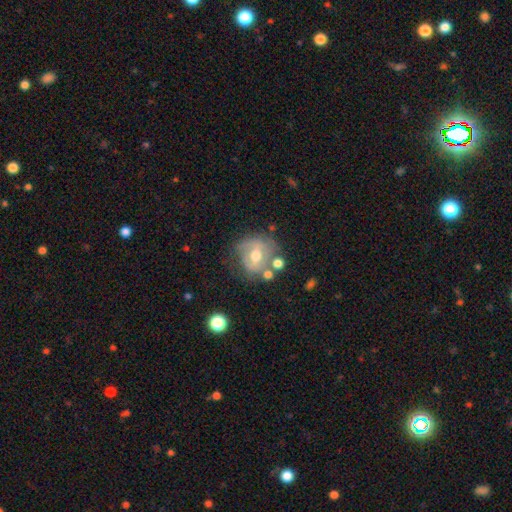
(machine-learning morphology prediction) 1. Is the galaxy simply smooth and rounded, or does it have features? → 54% featured or disk, 37% smooth, 9% star or artifact.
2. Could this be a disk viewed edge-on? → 96% no, 4% yes.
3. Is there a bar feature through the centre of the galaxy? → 46% no, 39% weak, 15% strong.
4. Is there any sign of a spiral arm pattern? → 50% yes (tied), 50% no (tied).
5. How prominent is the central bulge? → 75% moderate, 14% small, 9% large, 2% none, 1% dominant.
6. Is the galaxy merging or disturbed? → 53% none, 23% minor disturbance, 13% major disturbance, 11% merger.